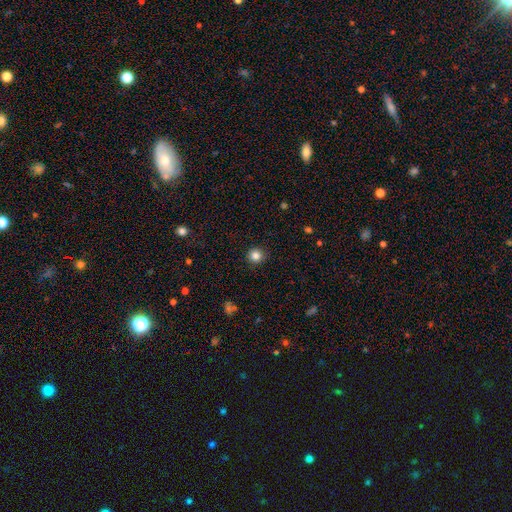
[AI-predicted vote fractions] Smooth or featured?
  - smooth: 83% *
  - star or artifact: 12%
  - featured or disk: 5%
How rounded?
  - round: 94% *
  - in between: 5%
  - cigar-shaped: 1%
Merging?
  - none: 91% *
  - minor disturbance: 6%
  - major disturbance: 2%
  - merger: 1%